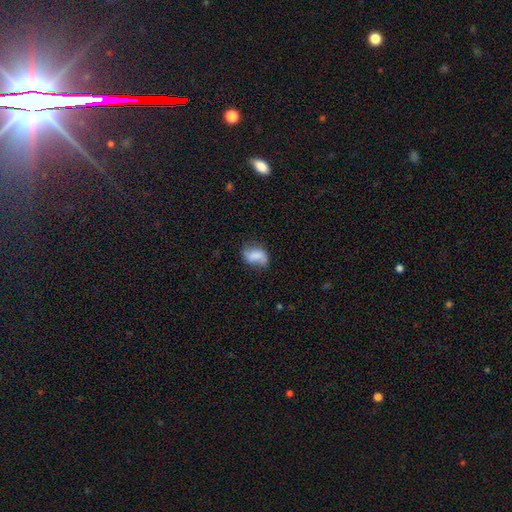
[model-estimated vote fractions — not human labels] smooth-or-featured: smooth: 59% | featured or disk: 32% | star or artifact: 9%
  how-rounded: in between: 79% | round: 18% | cigar-shaped: 2%
  merging: none: 54% | minor disturbance: 30% | major disturbance: 12% | merger: 4%